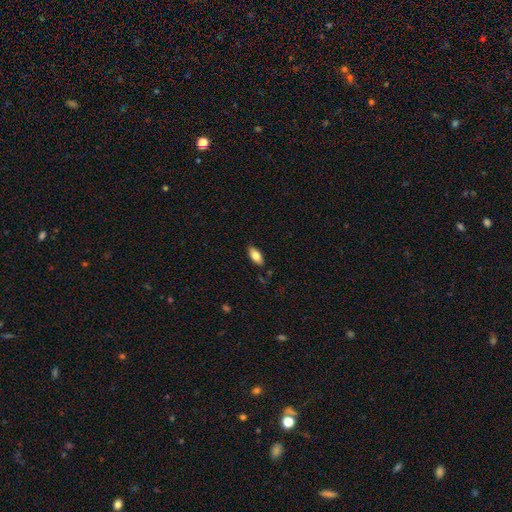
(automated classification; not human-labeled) This is likely a smooth galaxy (78%). How rounded: clearly in between (89%). Merging: clearly none (86%).